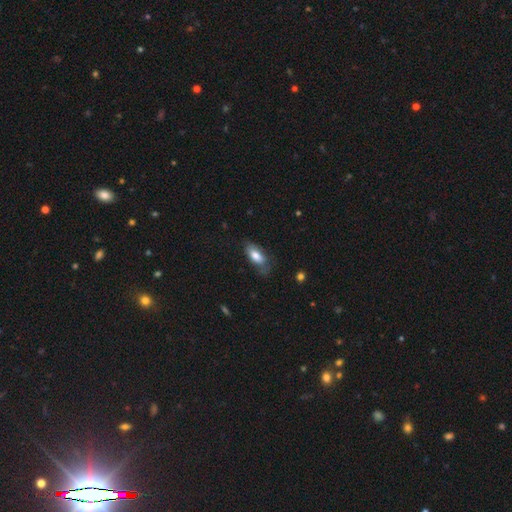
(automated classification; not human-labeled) This is likely a smooth galaxy (75%). How rounded: clearly in between (85%). Merging: possibly none (59%).